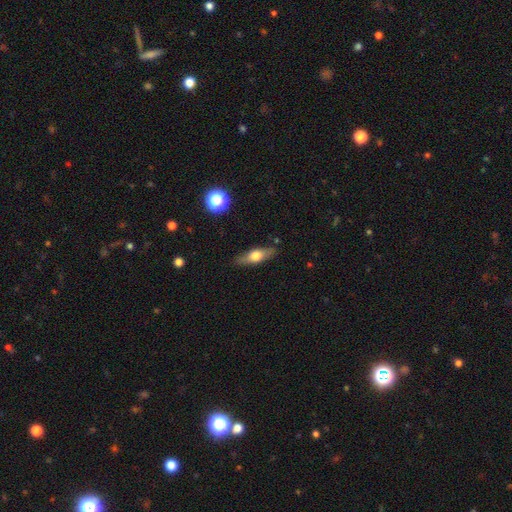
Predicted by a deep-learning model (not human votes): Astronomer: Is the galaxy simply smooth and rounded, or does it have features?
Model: smooth — 52% (runner-up: featured or disk, 41%).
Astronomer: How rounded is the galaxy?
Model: in between — 49% (runner-up: cigar-shaped, 46%).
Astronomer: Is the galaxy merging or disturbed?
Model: none — 85%.